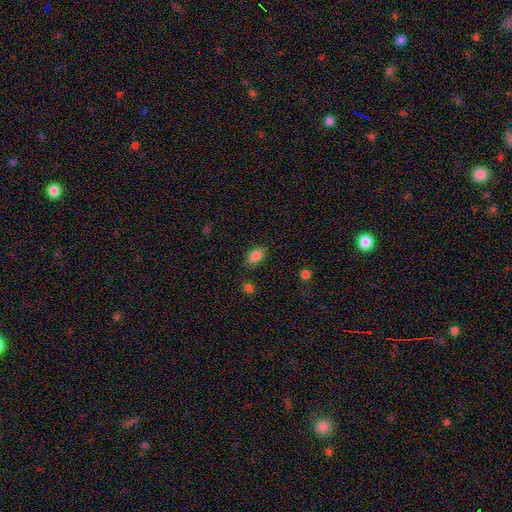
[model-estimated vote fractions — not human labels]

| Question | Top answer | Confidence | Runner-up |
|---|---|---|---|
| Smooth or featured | smooth | 84% | star or artifact (10%) |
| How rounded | in between | 84% | round (14%) |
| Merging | none | 77% | minor disturbance (16%) |